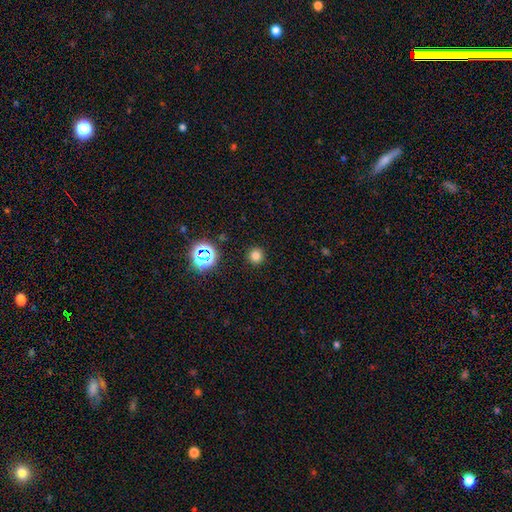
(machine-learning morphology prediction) The model was most divided on "smooth or featured": smooth: 77%, star or artifact: 19%, featured or disk: 5%. More confident: how rounded — round (94%); merging — none (91%).